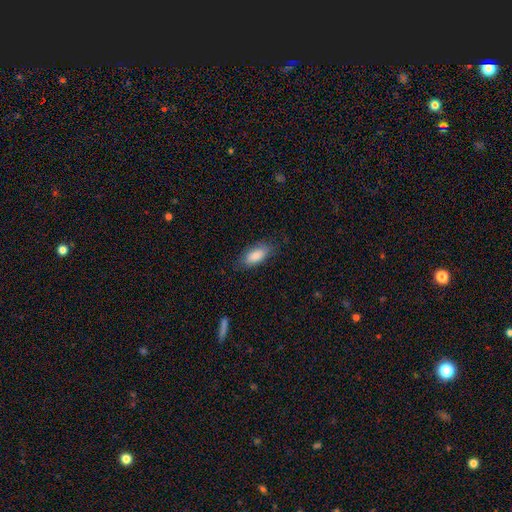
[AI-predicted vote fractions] Q: Smooth or featured?
A: smooth (86%); runner-up: featured or disk (8%)
Q: How rounded?
A: in between (86%); runner-up: cigar-shaped (12%)
Q: Merging?
A: none (78%); runner-up: minor disturbance (16%)